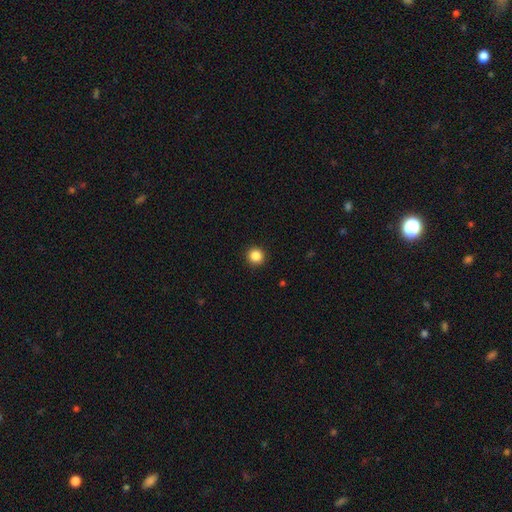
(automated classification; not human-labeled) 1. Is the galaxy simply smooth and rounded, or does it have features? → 86% smooth, 11% star or artifact, 3% featured or disk.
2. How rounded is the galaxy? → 95% round, 4% in between, 1% cigar-shaped.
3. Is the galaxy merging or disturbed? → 93% none, 4% minor disturbance, 2% major disturbance, 1% merger.